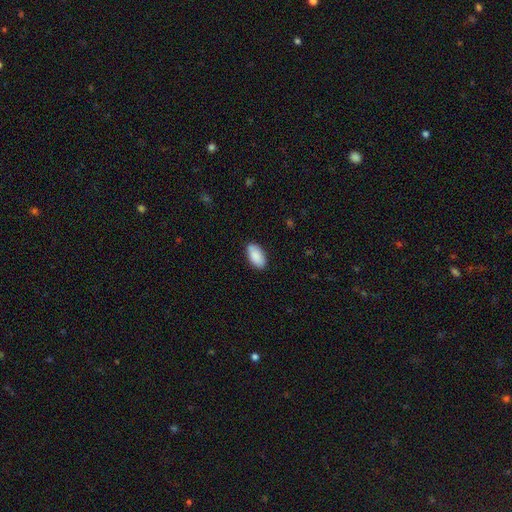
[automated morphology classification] This appears to be a smooth galaxy with no disk features (89%) that is in between round and cigar-shaped (93%). Merging: none (86%).